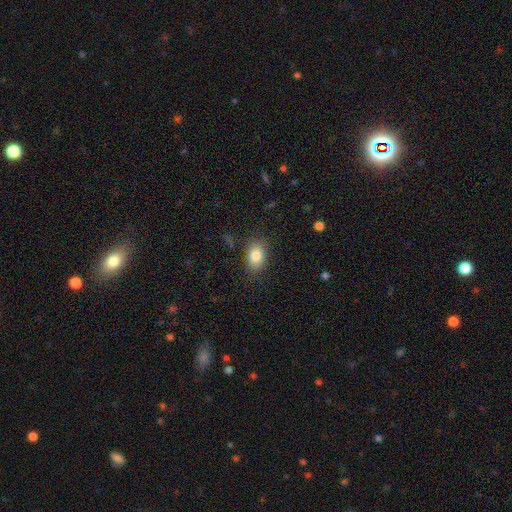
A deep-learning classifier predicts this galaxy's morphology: smooth 84%, star or artifact 8%, featured or disk 8%. Down the decision tree: how rounded — in between (83%); merging — none (82%).